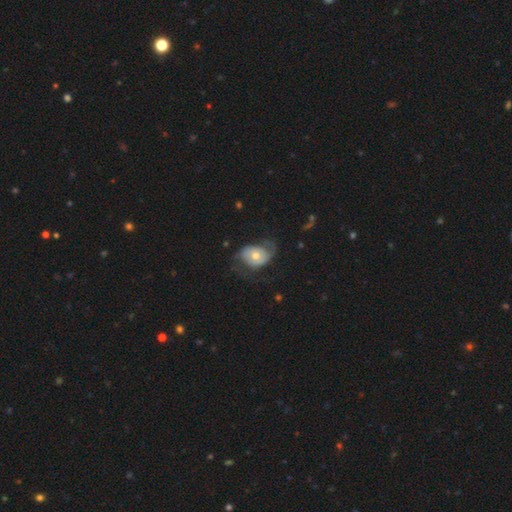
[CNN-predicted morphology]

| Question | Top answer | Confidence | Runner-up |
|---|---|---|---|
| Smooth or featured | featured or disk | 60% | smooth (34%) |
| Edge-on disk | no | 96% | yes (4%) |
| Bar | no | 77% | weak (17%) |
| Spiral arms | yes | 75% | no (25%) |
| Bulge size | moderate | 63% | small (28%) |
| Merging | none | 46% | major disturbance (28%) |